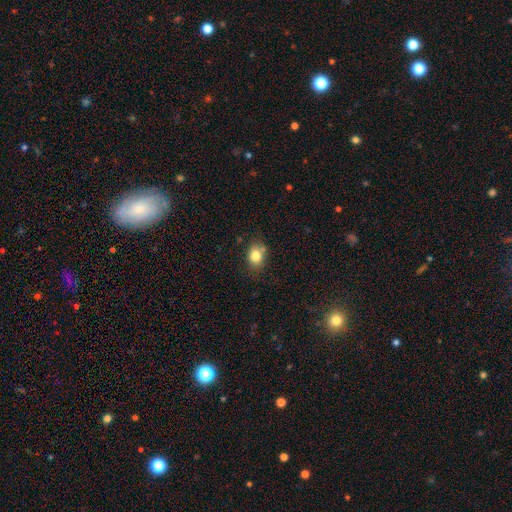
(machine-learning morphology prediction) Smooth or featured: smooth — 81% (star or artifact — 10%)
How rounded: in between — 61% (round — 37%)
Merging: none — 70% (minor disturbance — 19%)